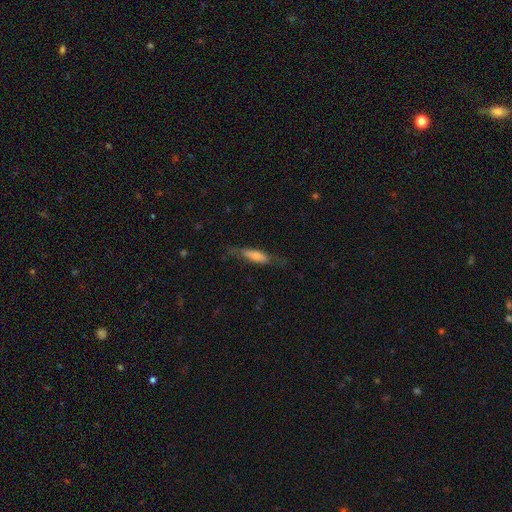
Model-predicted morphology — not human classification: smooth 51%, featured or disk 41%, star or artifact 8%. Down the decision tree: how rounded — cigar-shaped (69%); merging — none (65%).